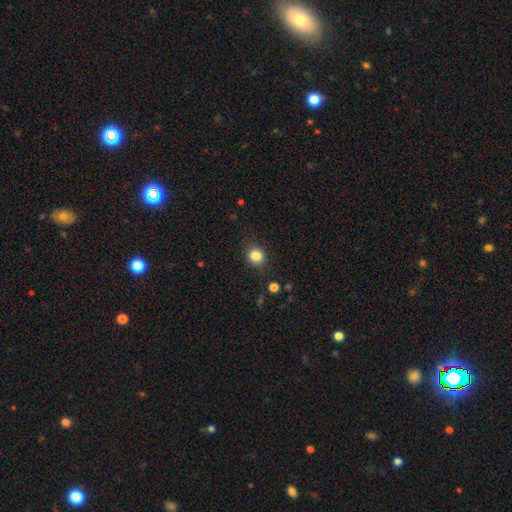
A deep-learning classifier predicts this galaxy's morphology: A smooth galaxy with no disk features (84%) that is round (77%). Merging: none (84%).